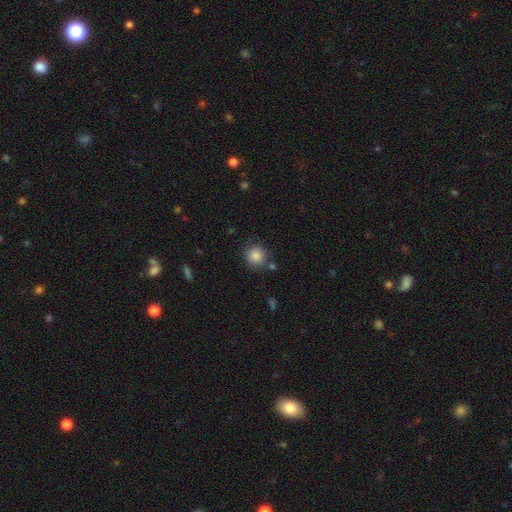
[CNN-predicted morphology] smooth_or_featured: smooth (p=0.86) [alt: star or artifact p=0.09]
how_rounded: round (p=0.90) [alt: in between p=0.09]
merging: none (p=0.81) [alt: minor disturbance p=0.10]